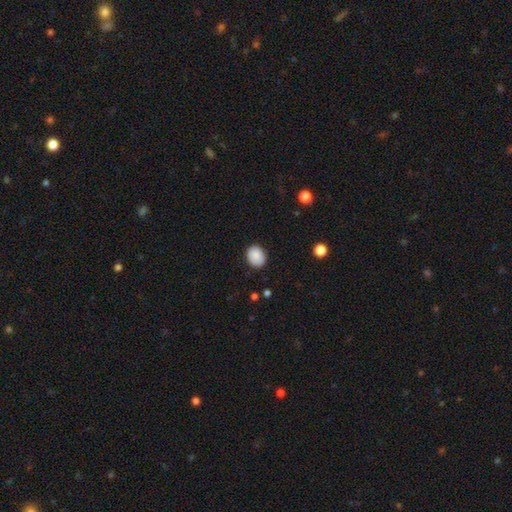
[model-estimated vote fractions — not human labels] Morphology: type=smooth (88%); roundness=in between (51%); merging=none (86%).